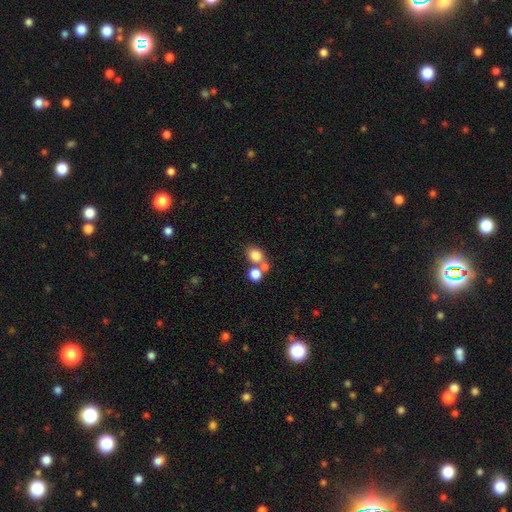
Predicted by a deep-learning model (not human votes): smooth 79%, star or artifact 12%, featured or disk 9%. Down the decision tree: how rounded — round (57%); merging — none (51%).